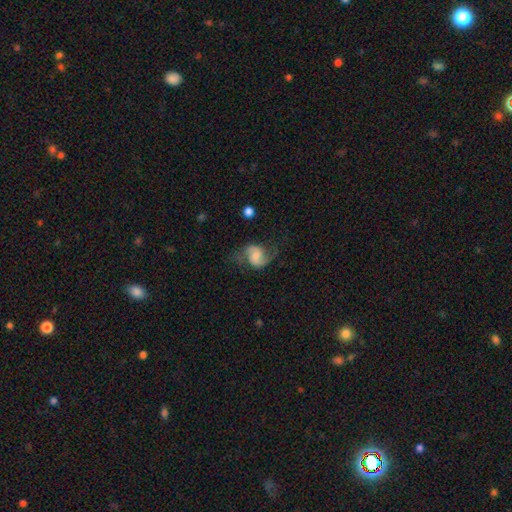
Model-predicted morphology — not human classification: Smooth or featured? Predicted: featured or disk (p=0.71). Edge-on disk? Predicted: no (p=0.98). Bar? Predicted: no (p=0.47). Spiral arms? Predicted: yes (p=0.93). Spiral winding? Predicted: loose (p=0.58). Spiral arm count? Predicted: 2 (p=0.90). Bulge size? Predicted: small (p=0.37, tied with moderate). Merging? Predicted: none (p=0.61).